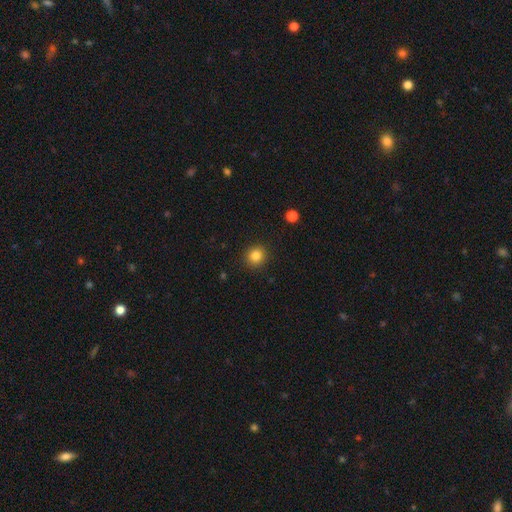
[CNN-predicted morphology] Smooth or featured: smooth — 84% (star or artifact — 11%)
How rounded: round — 90% (in between — 9%)
Merging: none — 91% (minor disturbance — 6%)